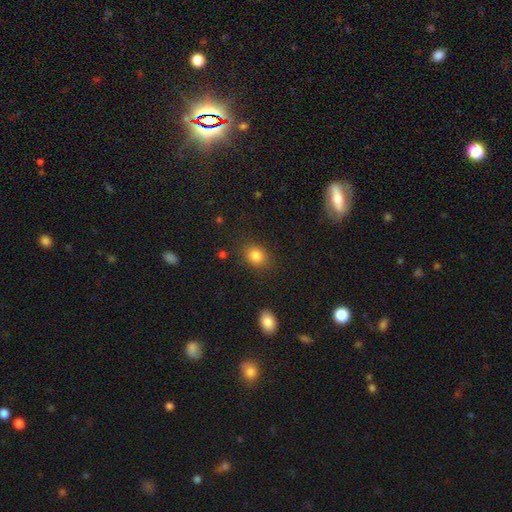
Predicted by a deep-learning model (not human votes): Q: Smooth or featured?
A: smooth (84%); runner-up: star or artifact (10%)
Q: How rounded?
A: in between (58%); runner-up: round (41%)
Q: Merging?
A: none (83%); runner-up: minor disturbance (11%)